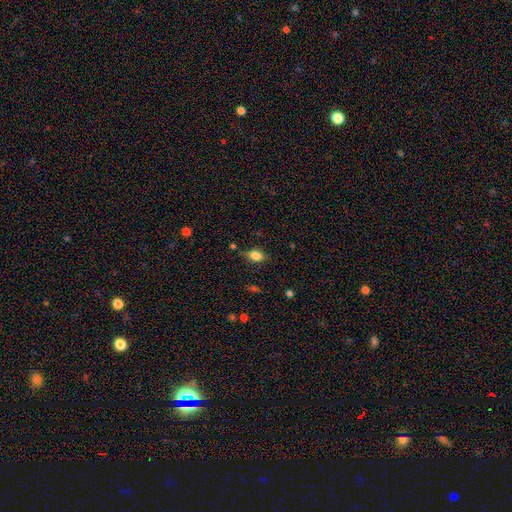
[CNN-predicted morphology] Smooth or featured: smooth — 74% (featured or disk — 16%)
How rounded: in between — 80% (round — 13%)
Merging: none — 71% (minor disturbance — 20%)